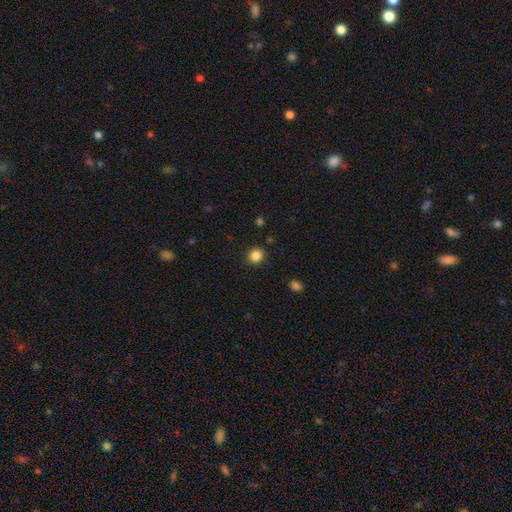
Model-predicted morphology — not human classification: smooth_or_featured: smooth (p=0.85) [alt: star or artifact p=0.11]
how_rounded: round (p=0.85) [alt: in between p=0.14]
merging: none (p=0.89) [alt: minor disturbance p=0.07]